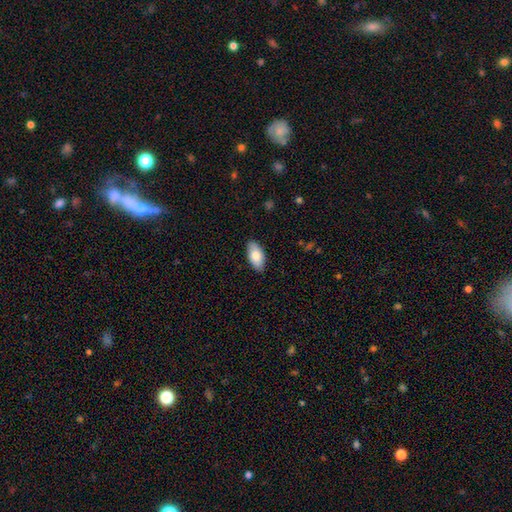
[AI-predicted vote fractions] A smooth galaxy with no disk features (80%) that is in between round and cigar-shaped (93%). Merging: none (87%).